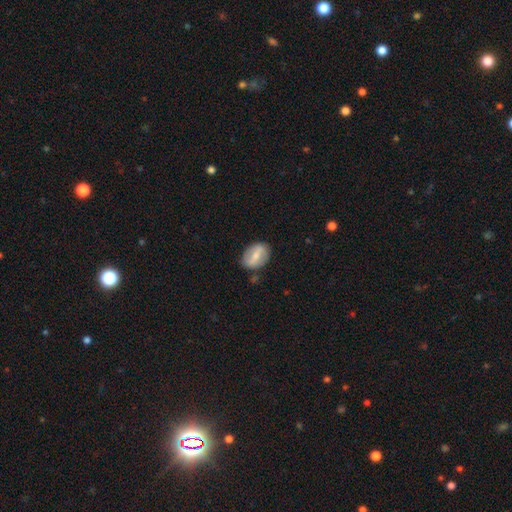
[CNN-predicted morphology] Smooth or featured? featured or disk (49%)
Merging? none (80%)